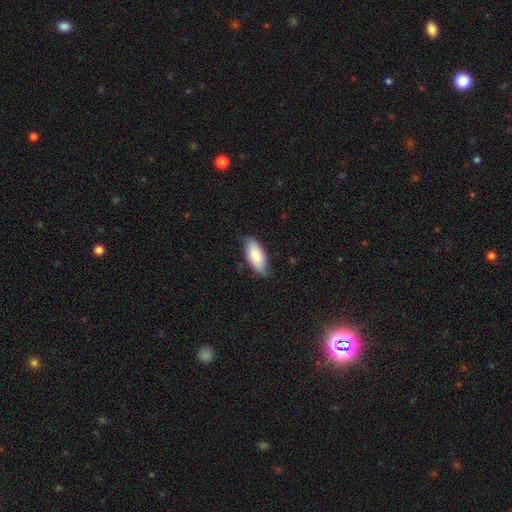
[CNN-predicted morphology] Smooth or featured: smooth — 84% (featured or disk — 11%)
How rounded: in between — 87% (cigar-shaped — 11%)
Merging: none — 76% (minor disturbance — 20%)